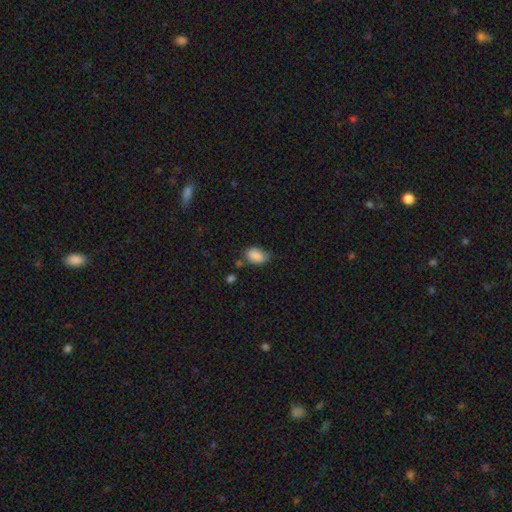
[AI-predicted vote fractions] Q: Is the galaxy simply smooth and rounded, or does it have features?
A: smooth — 86%.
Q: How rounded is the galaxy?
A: in between — 86%.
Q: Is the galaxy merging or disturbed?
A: none — 53%.